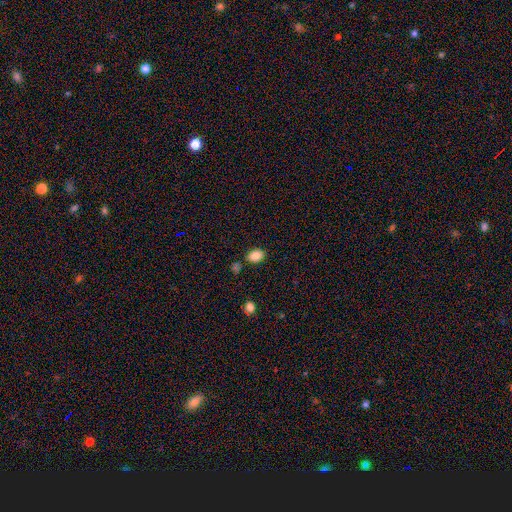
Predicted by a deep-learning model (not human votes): Smooth or featured?
  - smooth: 85% *
  - star or artifact: 9%
  - featured or disk: 5%
How rounded?
  - in between: 72% *
  - round: 27%
  - cigar-shaped: 1%
Merging?
  - none: 81% *
  - minor disturbance: 11%
  - merger: 5%
  - major disturbance: 3%